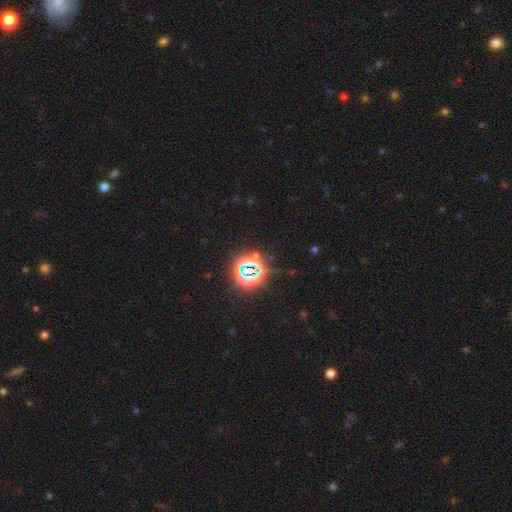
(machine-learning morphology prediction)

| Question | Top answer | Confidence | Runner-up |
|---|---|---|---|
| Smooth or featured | star or artifact | 77% | smooth (14%) |